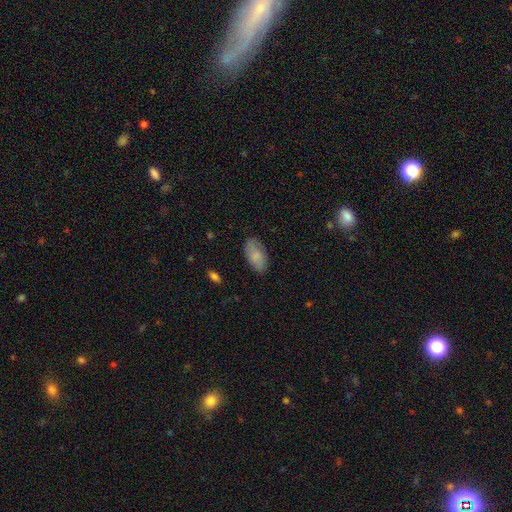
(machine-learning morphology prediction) type=smooth (81%); roundness=in between (94%); merging=none (83%).